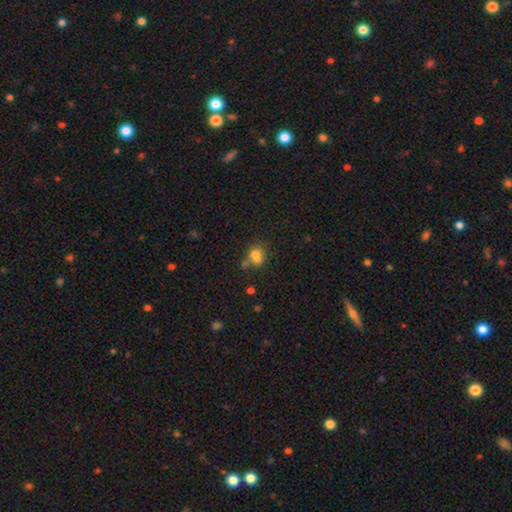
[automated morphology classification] smooth 73%, star or artifact 14%, featured or disk 13%. Down the decision tree: how rounded — round (50%); merging — none (40%).